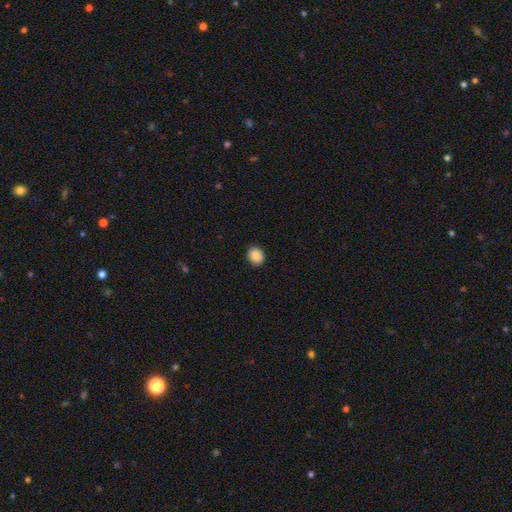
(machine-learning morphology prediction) Smooth or featured? Predicted: smooth (p=0.88). How rounded? Predicted: round (p=0.65). Merging? Predicted: none (p=0.90).